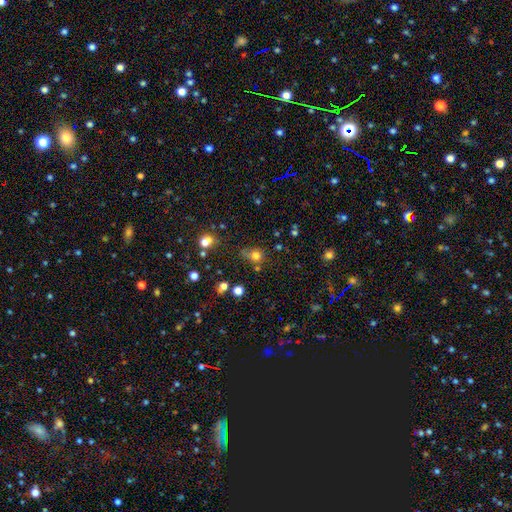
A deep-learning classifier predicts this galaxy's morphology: Overall: smooth (75%). How rounded: round (81%). Merging: none (56%; minor disturbance 21%).